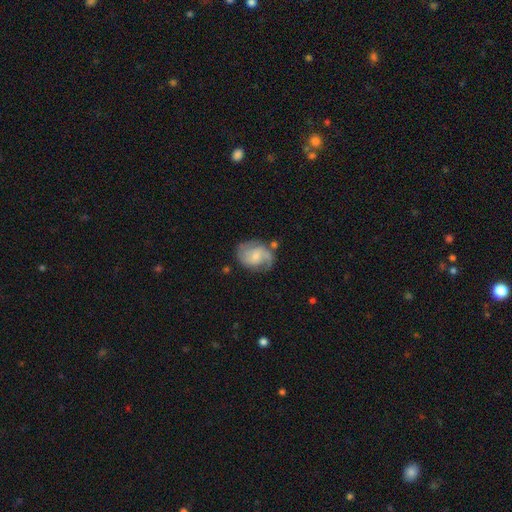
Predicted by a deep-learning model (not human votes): smooth_or_featured: featured or disk (p=0.74) [alt: smooth p=0.20]
disk_edge_on: no (p=0.97) [alt: yes p=0.03]
bar: no (p=0.49) [alt: weak p=0.43]
has_spiral_arms: yes (p=0.93) [alt: no p=0.07]
spiral_winding: medium (p=0.47) [alt: loose p=0.28]
spiral_arm_count: 2 (p=0.71) [alt: 1 p=0.13]
bulge_size: small (p=0.57) [alt: moderate p=0.33]
merging: none (p=0.60) [alt: minor disturbance p=0.22]